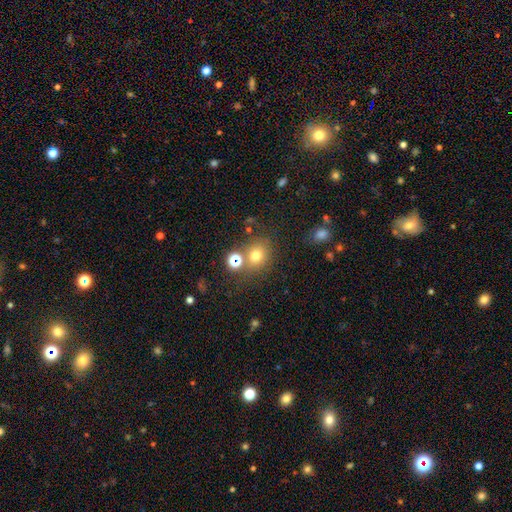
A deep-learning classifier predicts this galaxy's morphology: Smooth or featured?
  - smooth: 71% *
  - star or artifact: 19%
  - featured or disk: 10%
How rounded?
  - round: 75% *
  - in between: 24%
  - cigar-shaped: 1%
Merging?
  - none: 68% *
  - merger: 15%
  - minor disturbance: 11%
  - major disturbance: 5%